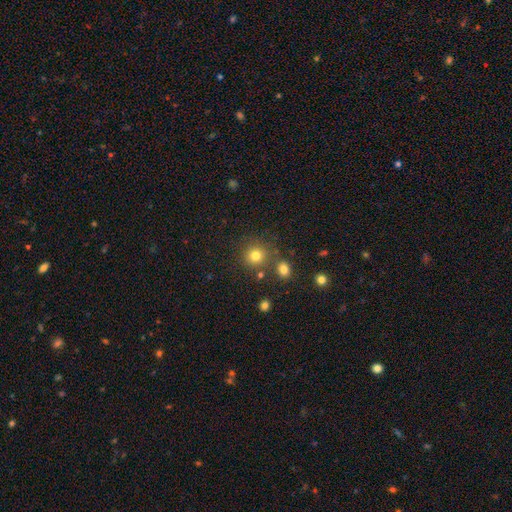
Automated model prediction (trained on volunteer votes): This appears to be a smooth galaxy with no disk features (78%) that is round (89%). Merging: none (77%).